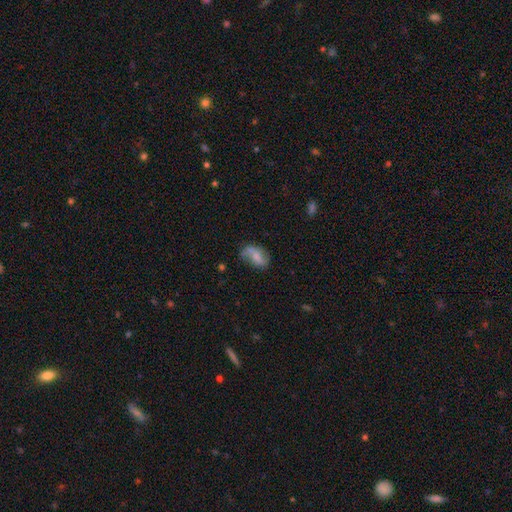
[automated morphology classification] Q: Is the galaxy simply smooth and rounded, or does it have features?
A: featured or disk — 48%.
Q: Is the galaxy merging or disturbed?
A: none — 51%.